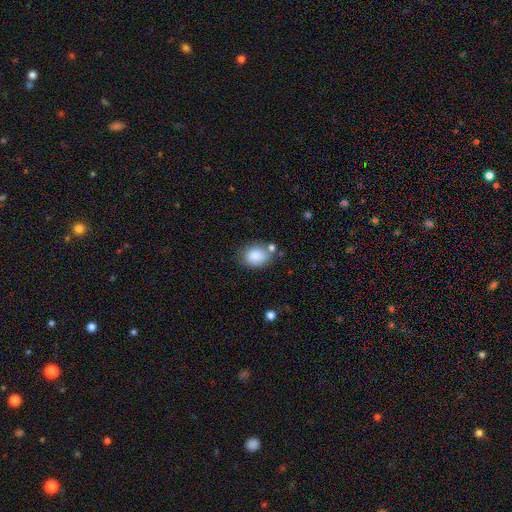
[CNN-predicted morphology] A smooth galaxy with no disk features (86%) that is in between round and cigar-shaped (63%).

Vote fractions:
- Smooth or featured? smooth: 86% / star or artifact: 8% / featured or disk: 6%
- How rounded? in between: 63% / round: 36% / cigar-shaped: 1%
- Merging? none: 65% / minor disturbance: 18% / merger: 11% / major disturbance: 6%